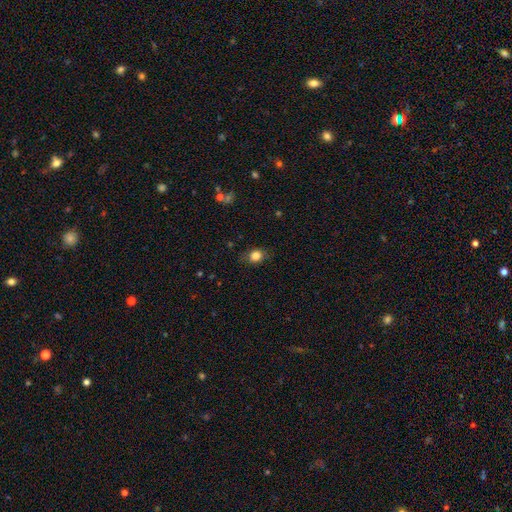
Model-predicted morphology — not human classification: type=smooth (82%); roundness=round (52%); merging=none (78%).